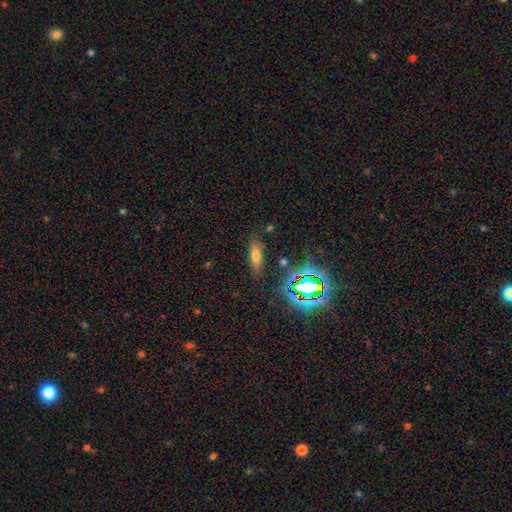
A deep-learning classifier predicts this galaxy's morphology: The model was most divided on "how rounded": in between: 56%, cigar-shaped: 39%, round: 5%. More confident: merging — none (82%); smooth or featured — smooth (62%).